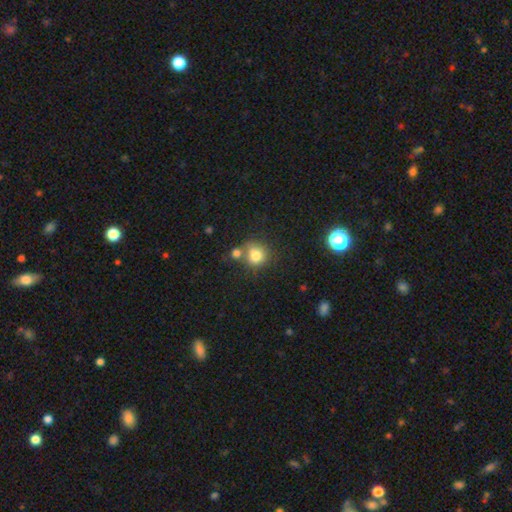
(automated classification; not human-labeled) smooth 79%, star or artifact 12%, featured or disk 10%. Down the decision tree: how rounded — round (80%); merging — none (52%).